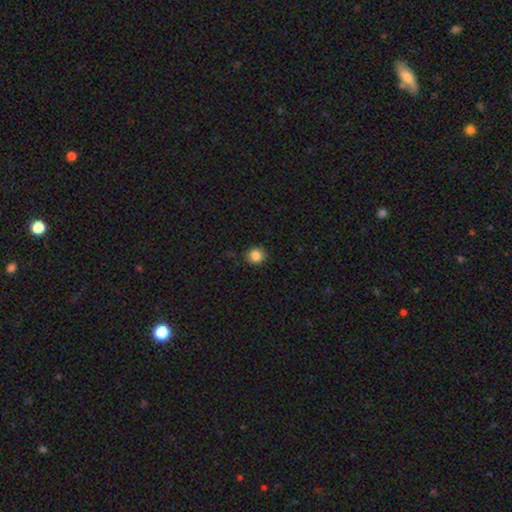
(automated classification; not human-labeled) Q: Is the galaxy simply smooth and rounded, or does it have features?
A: smooth — 85%.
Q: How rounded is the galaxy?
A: round — 87%.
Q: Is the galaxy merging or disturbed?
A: none — 89%.